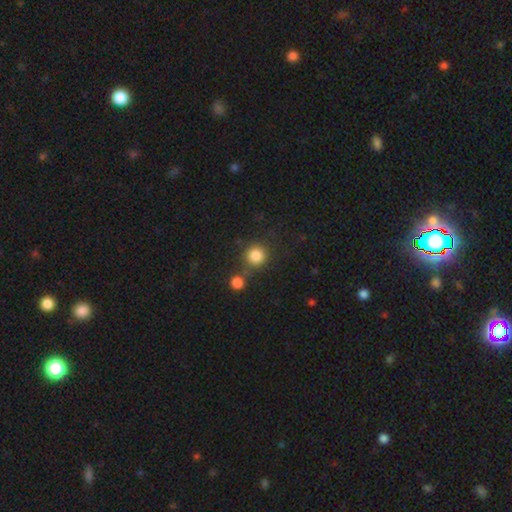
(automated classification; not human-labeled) Smooth or featured? smooth (84%)
How rounded? round (92%)
Merging? none (69%)